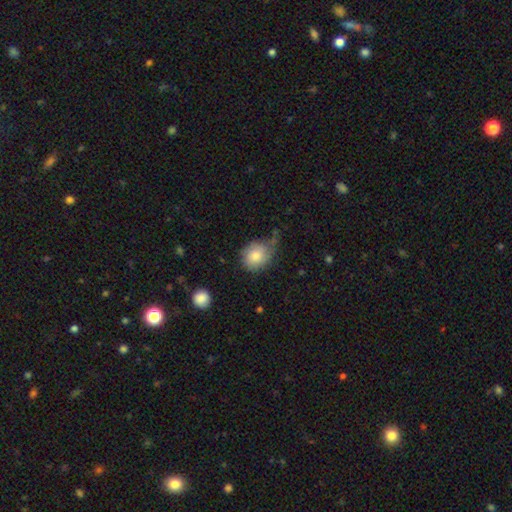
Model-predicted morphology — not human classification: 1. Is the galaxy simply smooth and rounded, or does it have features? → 79% smooth, 13% featured or disk, 8% star or artifact.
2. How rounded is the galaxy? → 66% round, 33% in between, 1% cigar-shaped.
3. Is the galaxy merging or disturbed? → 53% none, 32% minor disturbance, 10% major disturbance, 5% merger.